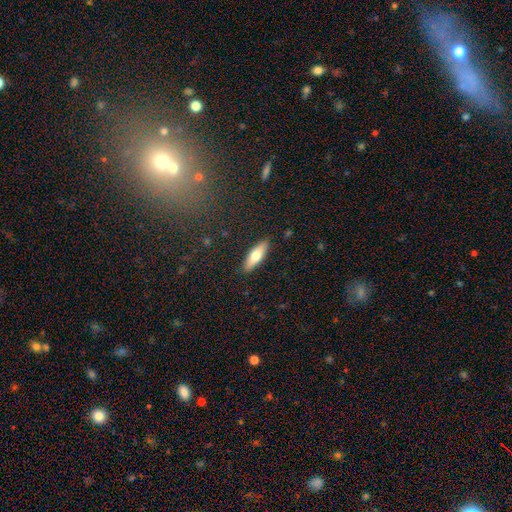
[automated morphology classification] Q: Smooth or featured?
A: smooth (66%); runner-up: featured or disk (28%)
Q: How rounded?
A: cigar-shaped (49%); tied with: in between (49%)
Q: Merging?
A: none (89%); runner-up: minor disturbance (8%)